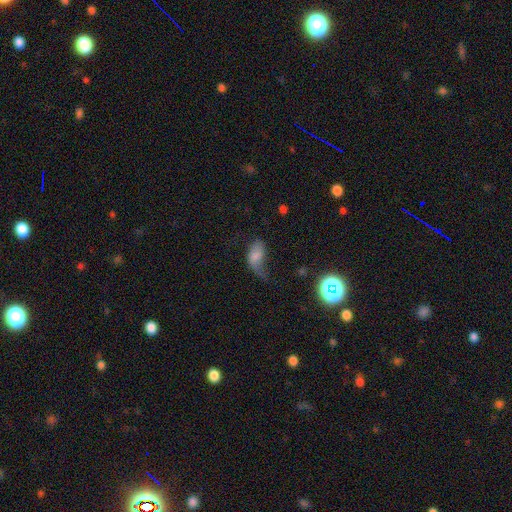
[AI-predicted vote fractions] Morphology: type=smooth (59%); roundness=in between (91%); merging=major disturbance (41%).